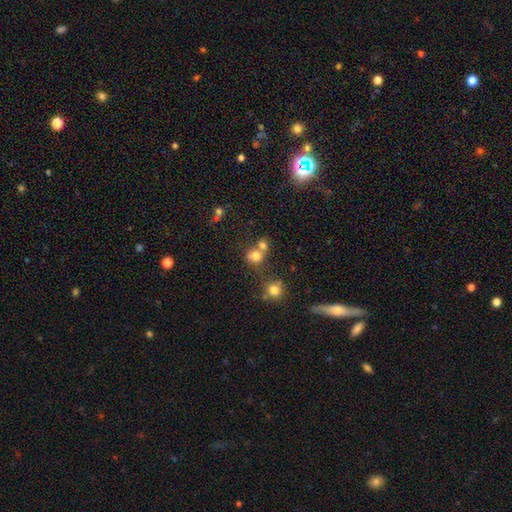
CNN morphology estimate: smooth_or_featured: smooth (p=0.73) [alt: star or artifact p=0.16]
how_rounded: round (p=0.73) [alt: in between p=0.26]
merging: merger (p=0.49) [alt: none p=0.39]